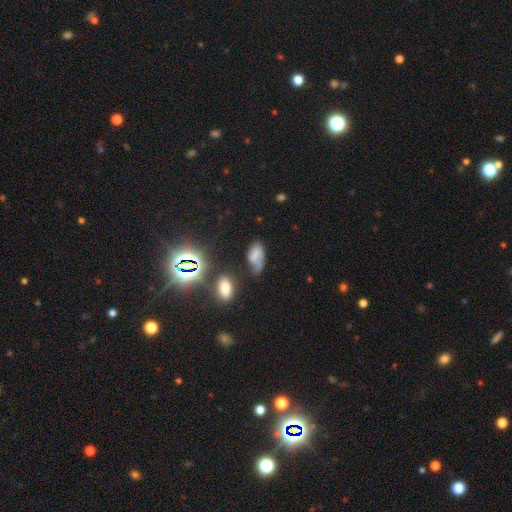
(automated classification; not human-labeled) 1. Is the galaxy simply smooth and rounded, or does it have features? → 57% smooth, 24% featured or disk, 19% star or artifact.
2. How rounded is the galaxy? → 91% in between, 6% round, 4% cigar-shaped.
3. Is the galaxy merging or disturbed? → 37% none, 30% minor disturbance, 23% major disturbance, 10% merger.